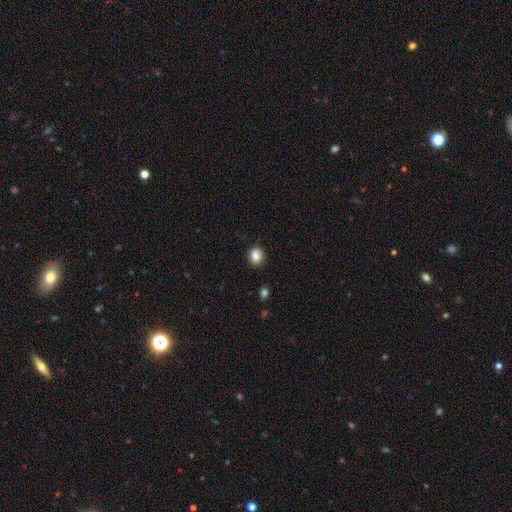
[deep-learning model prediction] Q: Smooth or featured?
A: smooth (86%); runner-up: star or artifact (10%)
Q: How rounded?
A: round (75%); runner-up: in between (24%)
Q: Merging?
A: none (85%); runner-up: minor disturbance (11%)